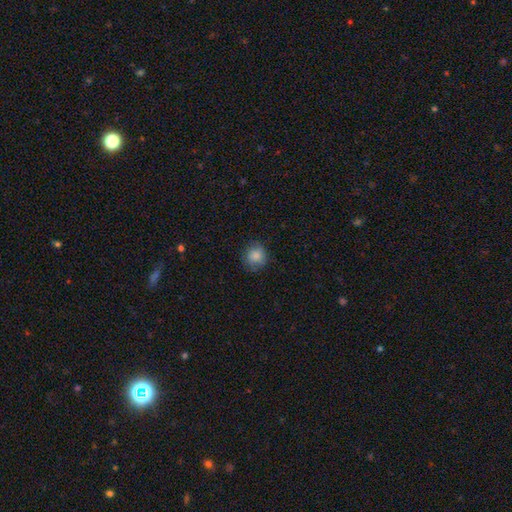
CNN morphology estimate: Overall: smooth (84%). How rounded: round (83%). Merging: none (78%).